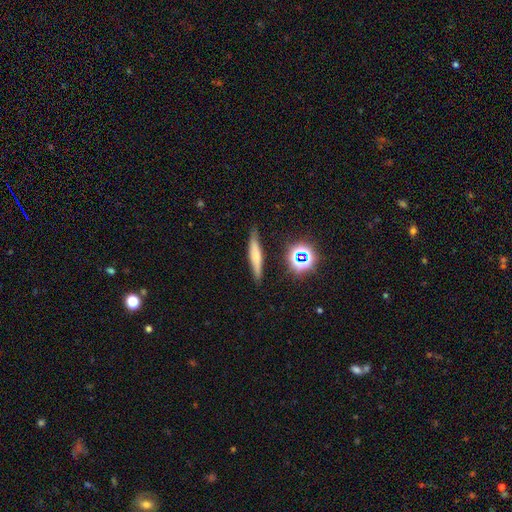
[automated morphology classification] type=smooth (55%); roundness=cigar-shaped (85%); merging=none (82%).